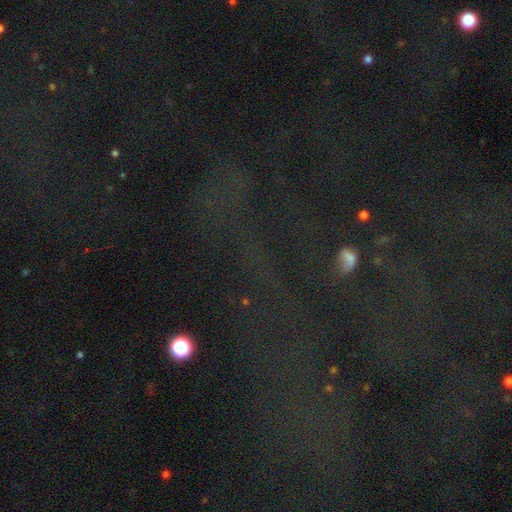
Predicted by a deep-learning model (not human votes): Q: Smooth or featured?
A: star or artifact (78%); runner-up: smooth (13%)